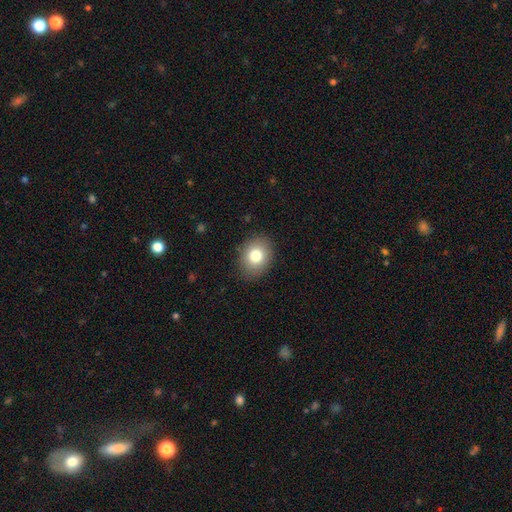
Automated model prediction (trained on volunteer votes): smooth-or-featured: smooth: 80% | featured or disk: 11% | star or artifact: 10%
  how-rounded: in between: 51% | round: 48% | cigar-shaped: 1%
  merging: none: 86% | minor disturbance: 10% | major disturbance: 3% | merger: 1%